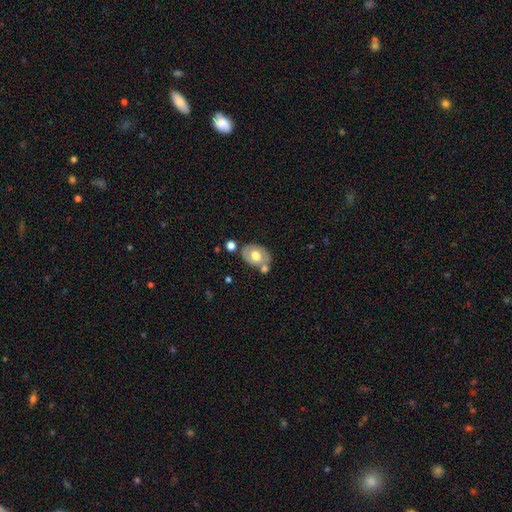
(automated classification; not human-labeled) smooth_or_featured: smooth (p=0.49) [alt: featured or disk p=0.44]
merging: none (p=0.58) [alt: minor disturbance p=0.18]